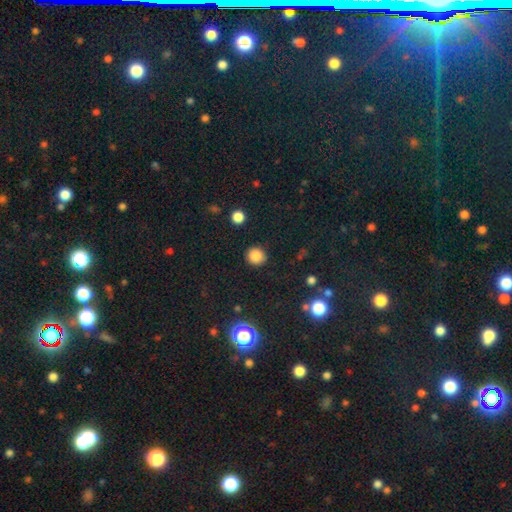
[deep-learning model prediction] This is clearly a smooth galaxy (83%). How rounded: clearly round (91%). Merging: clearly none (90%).